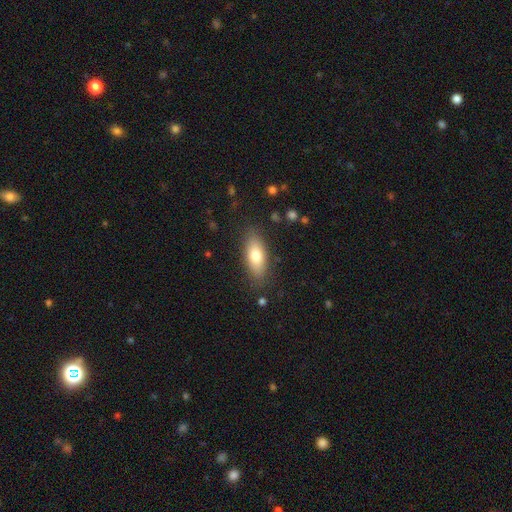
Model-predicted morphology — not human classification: Q: Smooth or featured?
A: smooth (74%); runner-up: featured or disk (19%)
Q: How rounded?
A: in between (77%); runner-up: cigar-shaped (19%)
Q: Merging?
A: none (84%); runner-up: minor disturbance (11%)